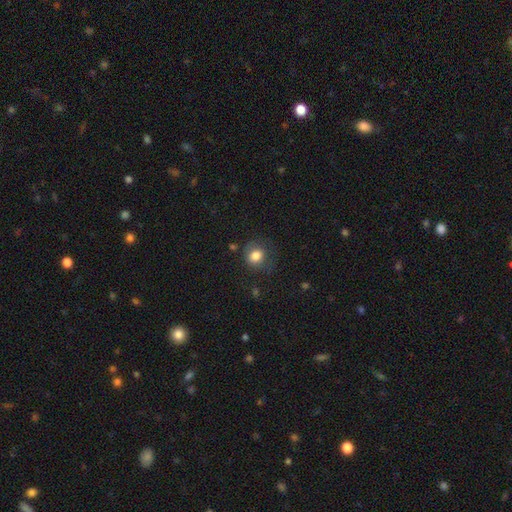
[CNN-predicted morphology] Smooth or featured? Predicted: smooth (p=0.81). How rounded? Predicted: round (p=0.77). Merging? Predicted: none (p=0.68).